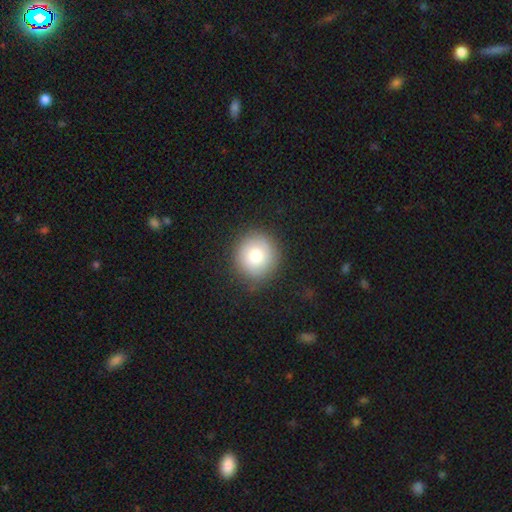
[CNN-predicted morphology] Smooth or featured? smooth (80%)
How rounded? round (90%)
Merging? none (86%)